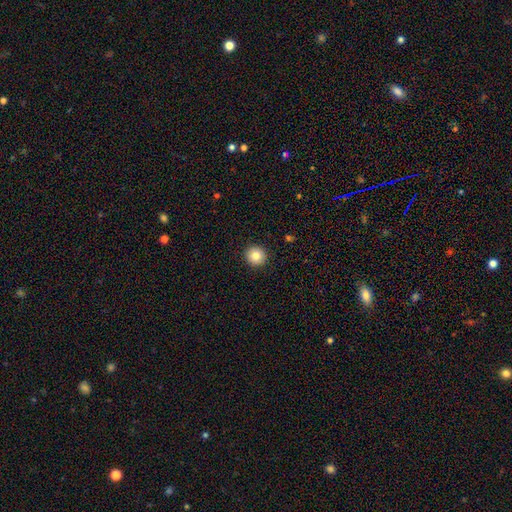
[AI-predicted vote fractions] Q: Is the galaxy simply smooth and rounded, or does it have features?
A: smooth — 82%.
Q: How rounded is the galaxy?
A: round — 94%.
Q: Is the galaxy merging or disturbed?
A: none — 93%.